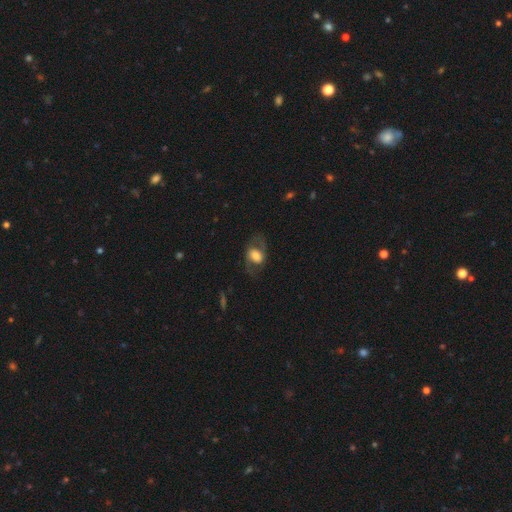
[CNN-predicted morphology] type=featured or disk (54%); edge-on=no (93%); bar=no (46%); spiral arms=yes (73%); bulge=large (41%); merging=none (67%).